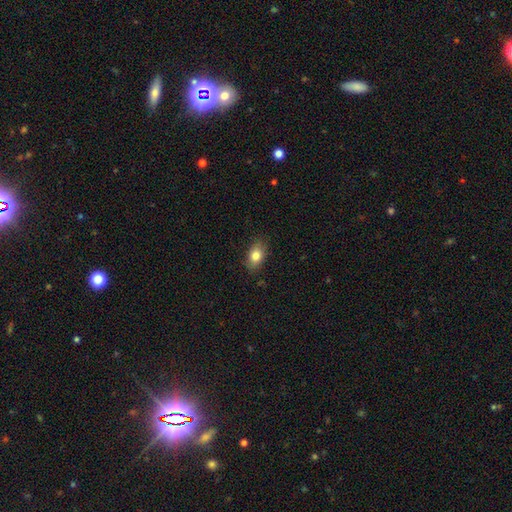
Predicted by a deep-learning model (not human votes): smooth-or-featured: smooth: 82% | featured or disk: 10% | star or artifact: 8%
  how-rounded: in between: 86% | round: 12% | cigar-shaped: 2%
  merging: none: 82% | minor disturbance: 14% | major disturbance: 3% | merger: 1%